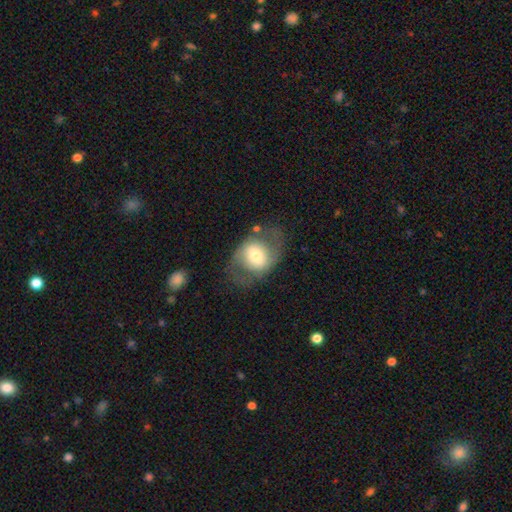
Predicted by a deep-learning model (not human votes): A featured or disk galaxy (48%).

Vote fractions:
- Smooth or featured? featured or disk: 48% / smooth: 45% / star or artifact: 7%
- Merging? none: 63% / minor disturbance: 19% / major disturbance: 16% / merger: 3%